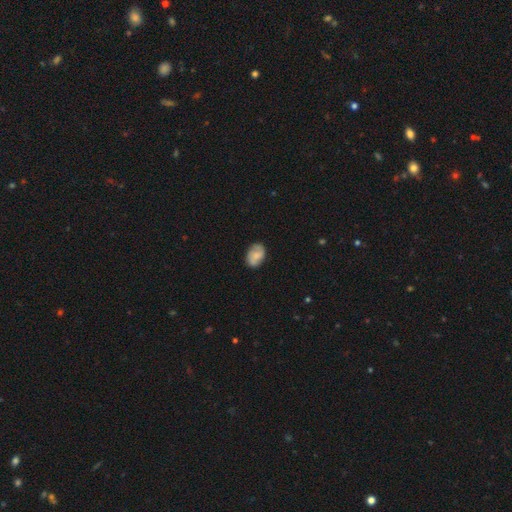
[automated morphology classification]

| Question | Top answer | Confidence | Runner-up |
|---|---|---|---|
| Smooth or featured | smooth | 60% | featured or disk (33%) |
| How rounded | in between | 81% | round (17%) |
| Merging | none | 78% | minor disturbance (17%) |